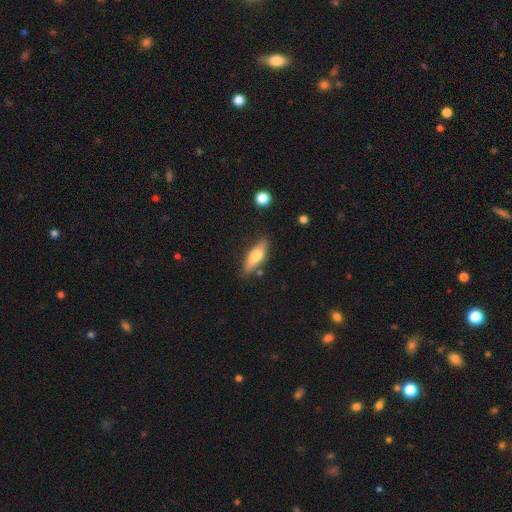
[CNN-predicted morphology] This appears to be a smooth galaxy with no disk features (67%) that is in between round and cigar-shaped (52%). Merging: none (78%).